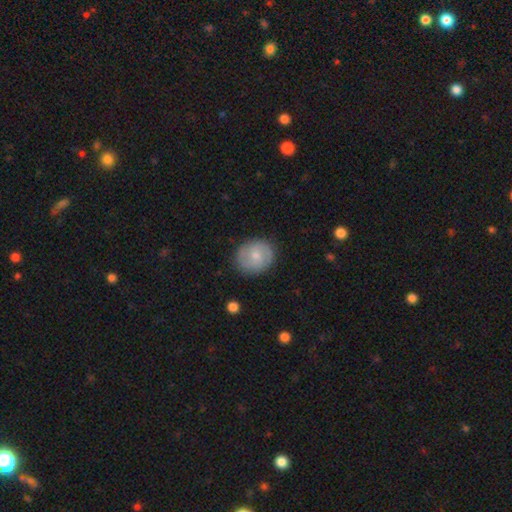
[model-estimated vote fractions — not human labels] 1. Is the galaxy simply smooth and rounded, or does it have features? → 50% smooth, 44% featured or disk, 6% star or artifact.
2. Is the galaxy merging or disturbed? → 84% none, 12% minor disturbance, 3% major disturbance, 1% merger.